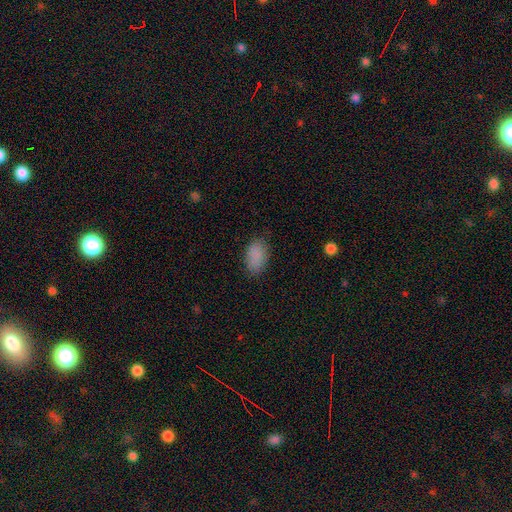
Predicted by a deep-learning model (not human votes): A smooth galaxy with no disk features (87%) that is in between round and cigar-shaped (92%). Merging: none (81%).